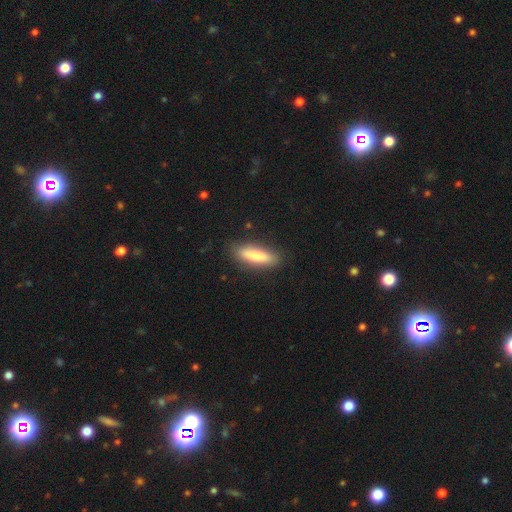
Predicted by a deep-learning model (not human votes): This is likely a smooth galaxy (80%). How rounded: likely cigar-shaped (69%). Merging: clearly none (86%).